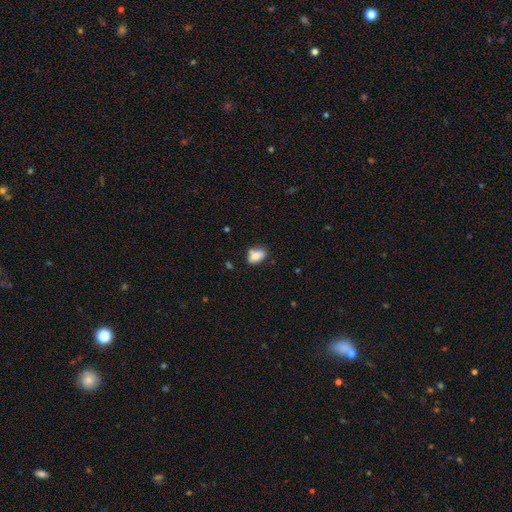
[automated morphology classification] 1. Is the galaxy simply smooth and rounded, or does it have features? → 80% smooth, 12% featured or disk, 8% star or artifact.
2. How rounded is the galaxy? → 86% in between, 11% round, 3% cigar-shaped.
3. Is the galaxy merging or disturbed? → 63% none, 21% minor disturbance, 12% merger, 5% major disturbance.